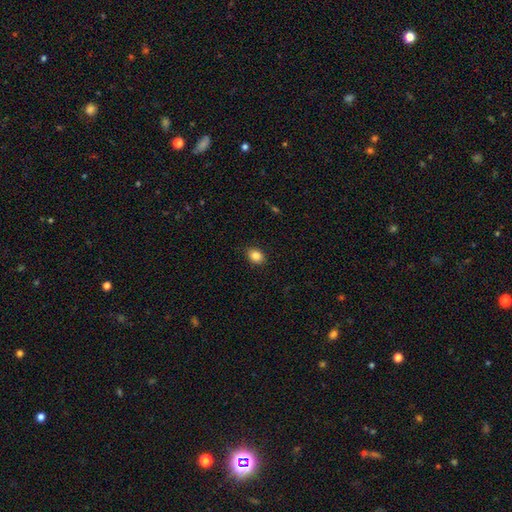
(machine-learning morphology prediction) A smooth galaxy with no disk features (86%) that is in between round and cigar-shaped (60%). Merging: none (88%).